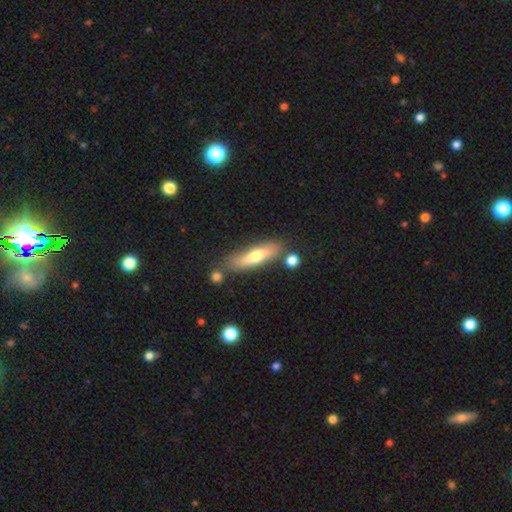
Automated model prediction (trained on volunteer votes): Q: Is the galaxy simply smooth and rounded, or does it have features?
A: smooth — 58%.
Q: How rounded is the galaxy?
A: cigar-shaped — 65%.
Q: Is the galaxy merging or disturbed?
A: none — 70%.